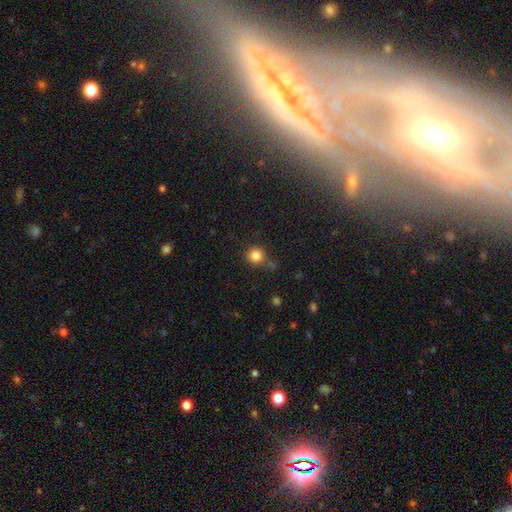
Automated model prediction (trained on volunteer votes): A smooth galaxy with no disk features (83%) that is round (93%). Merging: none (79%).